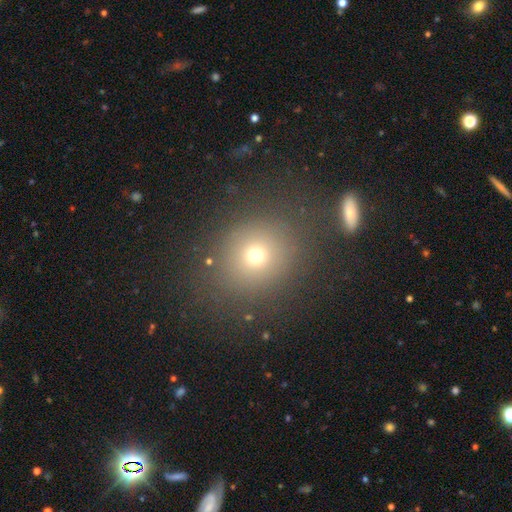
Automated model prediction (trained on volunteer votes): Smooth or featured?
  - smooth: 70% *
  - star or artifact: 19%
  - featured or disk: 11%
How rounded?
  - round: 81% *
  - in between: 18%
  - cigar-shaped: 1%
Merging?
  - none: 81% *
  - minor disturbance: 10%
  - major disturbance: 5%
  - merger: 4%